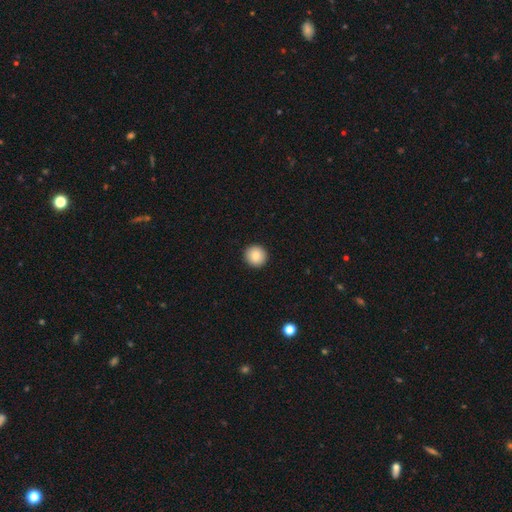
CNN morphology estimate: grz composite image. It shows a smooth galaxy with no disk features (86%) that is round (95%). Merging: none (93%).